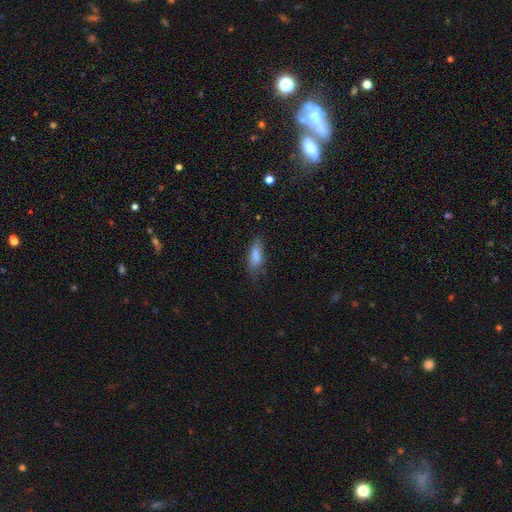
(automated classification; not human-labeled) This appears to be a smooth galaxy with no disk features (79%) that is in between round and cigar-shaped (69%). Merging: none (57%).